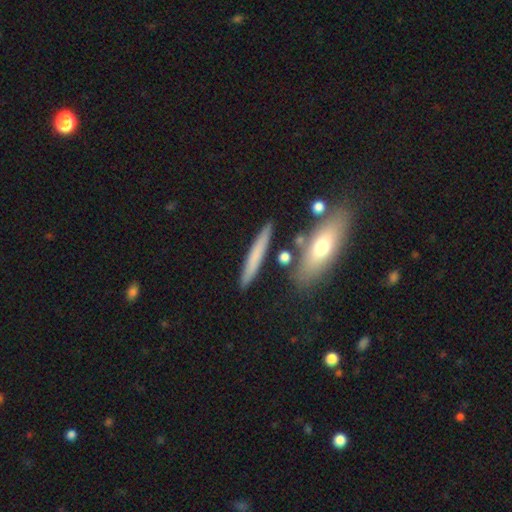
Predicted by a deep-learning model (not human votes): The model was most divided on "smooth or featured": smooth: 66%, featured or disk: 27%, star or artifact: 7%. More confident: how rounded — cigar-shaped (90%); merging — none (82%).